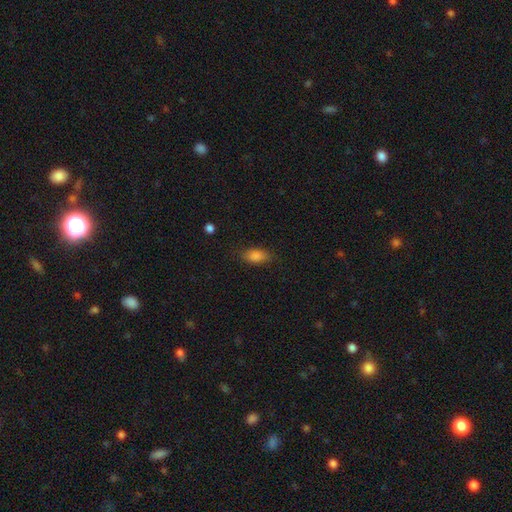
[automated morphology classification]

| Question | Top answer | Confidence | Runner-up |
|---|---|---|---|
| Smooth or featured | smooth | 84% | star or artifact (9%) |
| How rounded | in between | 87% | round (7%) |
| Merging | none | 79% | minor disturbance (16%) |